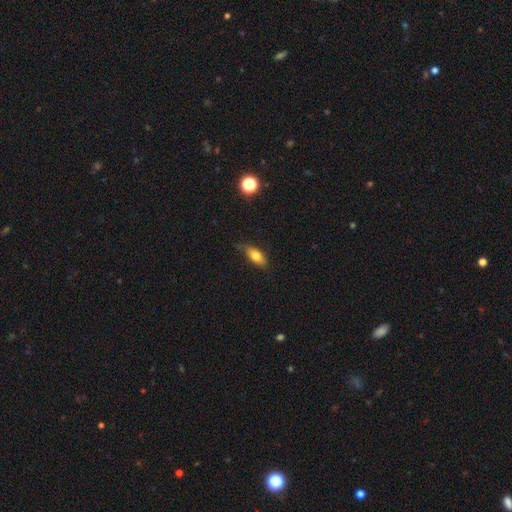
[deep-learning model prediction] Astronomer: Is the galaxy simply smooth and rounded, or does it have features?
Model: smooth — 75%.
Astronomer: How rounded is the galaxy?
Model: in between — 80%.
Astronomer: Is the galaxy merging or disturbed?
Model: none — 70%.